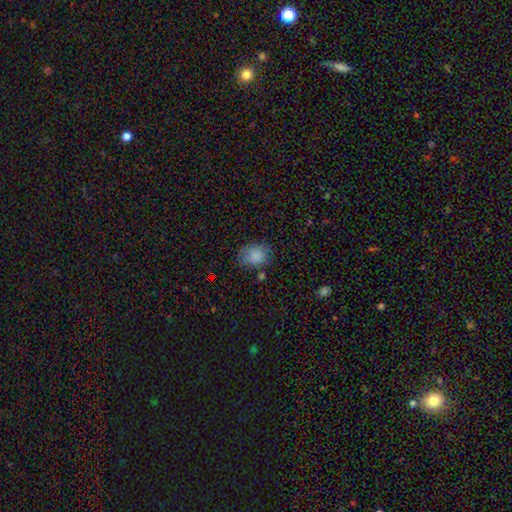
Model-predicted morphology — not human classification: A smooth galaxy with no disk features (83%) that is in between round and cigar-shaped (55%). Merging: none (69%).